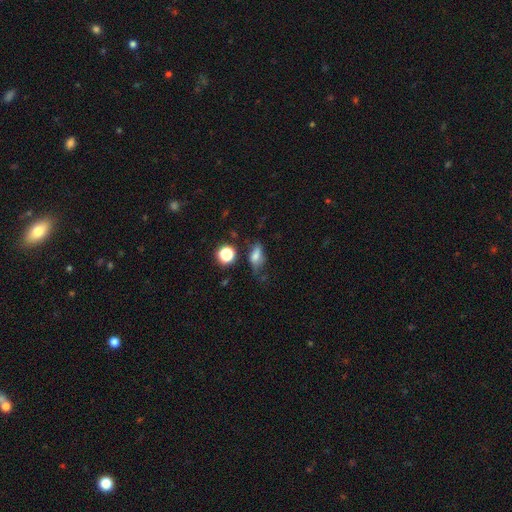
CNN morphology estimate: smooth_or_featured: smooth (p=0.64) [alt: featured or disk p=0.21]
how_rounded: in between (p=0.71) [alt: round p=0.17]
merging: none (p=0.48) [alt: minor disturbance p=0.31]